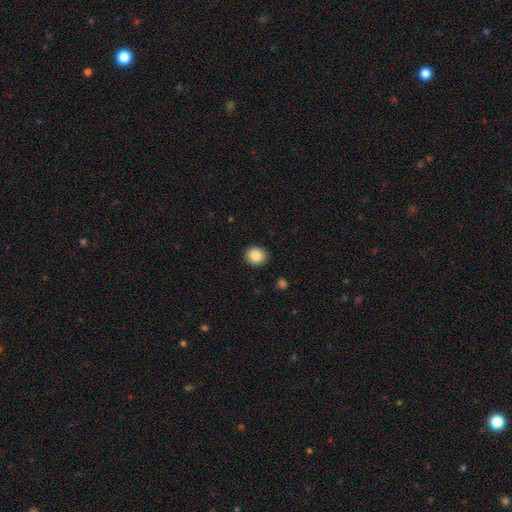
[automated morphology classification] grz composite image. It shows a smooth galaxy with no disk features (86%) that is round (69%). Merging: none (91%).